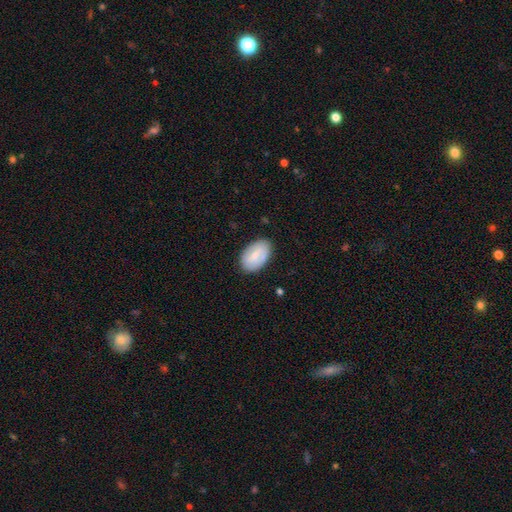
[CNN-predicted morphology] The model was most divided on "smooth or featured": smooth: 63%, featured or disk: 30%, star or artifact: 6%. More confident: how rounded — in between (92%); merging — none (83%).